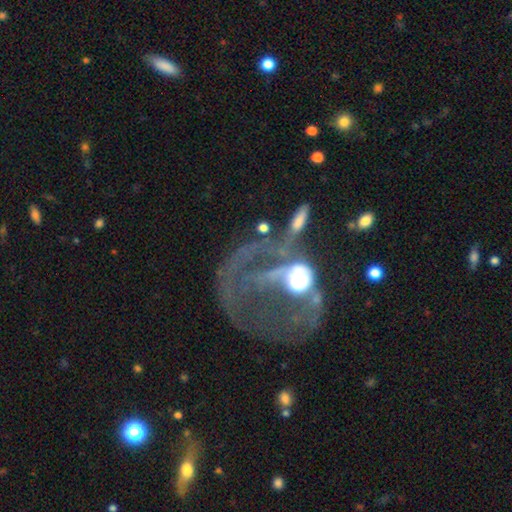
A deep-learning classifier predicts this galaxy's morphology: Smooth or featured: featured or disk — 63% (star or artifact — 19%)
Edge-on disk: no — 94% (yes — 6%)
Bar: no — 64% (weak — 22%)
Spiral arms: no — 60% (yes — 40%)
Bulge size: moderate — 52% (small — 23%)
Merging: major disturbance — 42% (none — 30%)